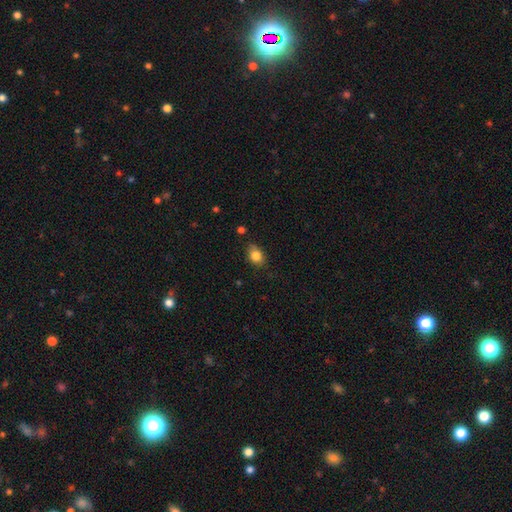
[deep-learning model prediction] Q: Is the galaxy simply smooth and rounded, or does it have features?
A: smooth — 83%.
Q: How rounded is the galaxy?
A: in between — 66%.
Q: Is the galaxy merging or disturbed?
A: none — 69%.